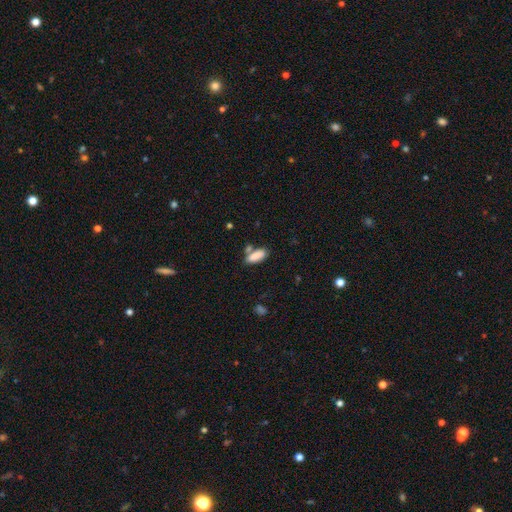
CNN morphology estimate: Overall: smooth (85%). How rounded: in between (74%). Merging: none (58%; merger 23%).